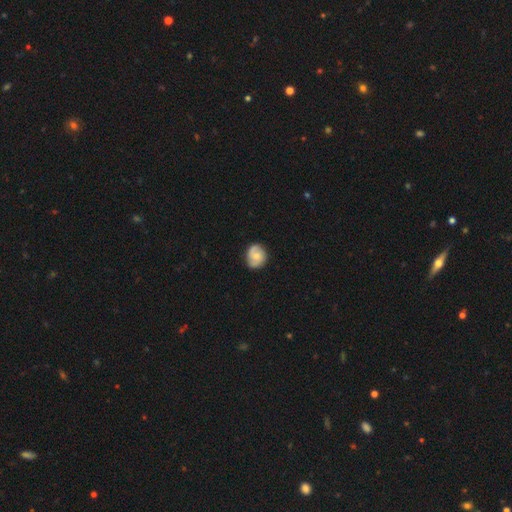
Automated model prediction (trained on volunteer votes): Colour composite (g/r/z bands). It shows a featured or disk galaxy (53%) with no bar (61%), spiral arms (90%) and a small central bulge (46%). Merging: none (79%).